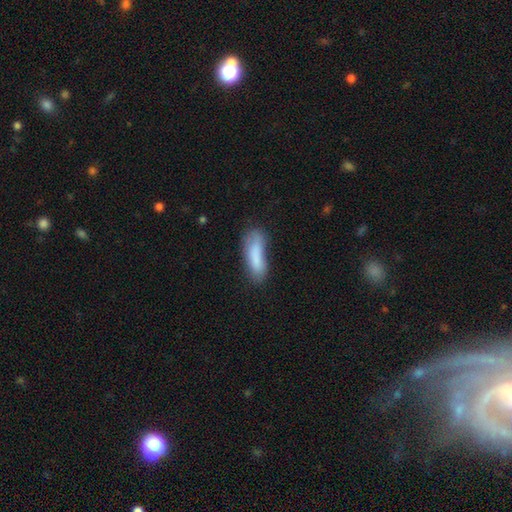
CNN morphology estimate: smooth_or_featured: smooth (p=0.79) [alt: featured or disk p=0.14]
how_rounded: cigar-shaped (p=0.52) [alt: in between p=0.46]
merging: none (p=0.53) [alt: minor disturbance p=0.30]